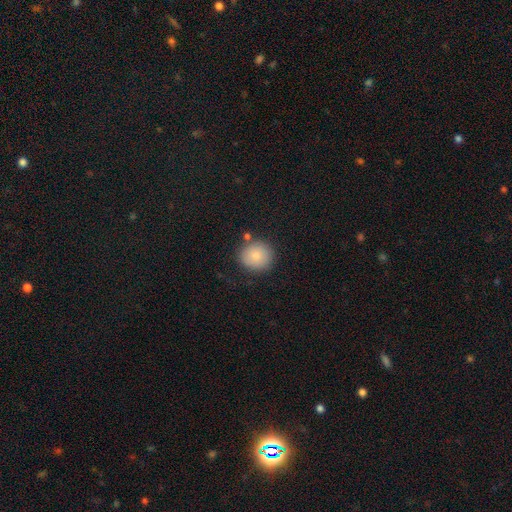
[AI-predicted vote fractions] Morphology: type=smooth (84%); roundness=round (91%); merging=none (80%).